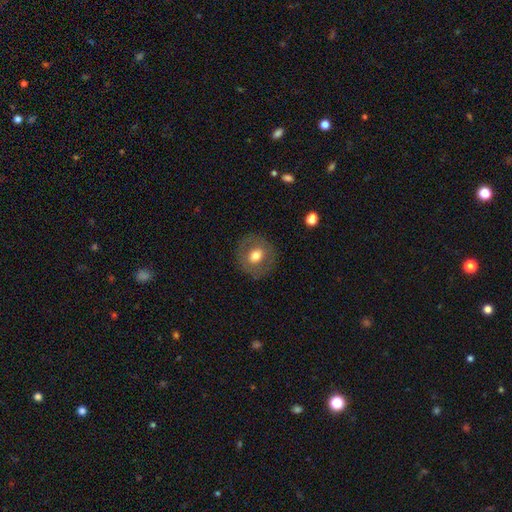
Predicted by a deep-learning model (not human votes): Q: Smooth or featured?
A: smooth (62%); runner-up: featured or disk (30%)
Q: How rounded?
A: round (84%); runner-up: in between (16%)
Q: Merging?
A: none (85%); runner-up: minor disturbance (9%)